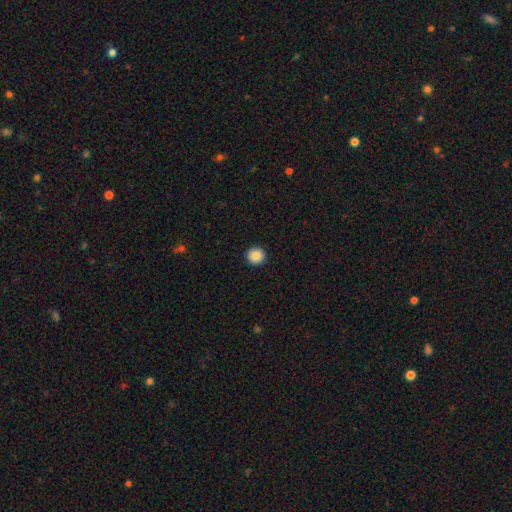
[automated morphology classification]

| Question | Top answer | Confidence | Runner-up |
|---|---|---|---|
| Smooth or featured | smooth | 88% | star or artifact (9%) |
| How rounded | round | 95% | in between (4%) |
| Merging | none | 93% | minor disturbance (4%) |